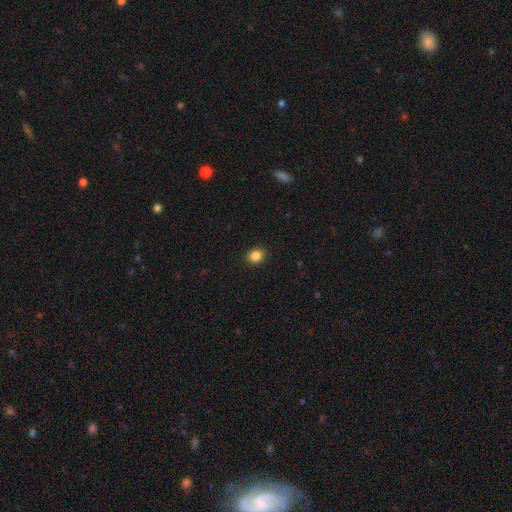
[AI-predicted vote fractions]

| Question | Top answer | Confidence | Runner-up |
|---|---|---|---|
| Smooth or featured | smooth | 86% | star or artifact (10%) |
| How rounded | round | 60% | in between (40%) |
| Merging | none | 91% | minor disturbance (6%) |